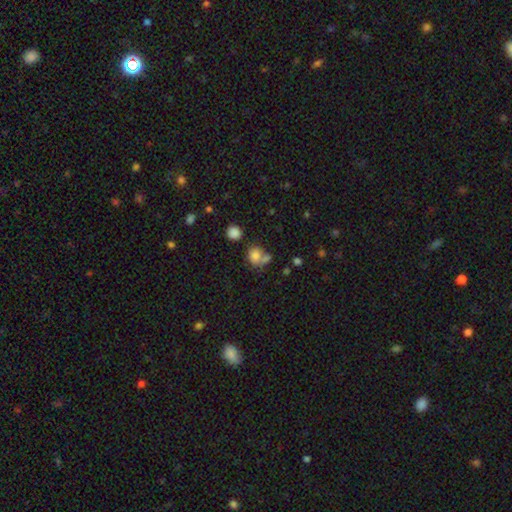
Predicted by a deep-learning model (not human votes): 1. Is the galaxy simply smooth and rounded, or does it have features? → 77% smooth, 12% star or artifact, 11% featured or disk.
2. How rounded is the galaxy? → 69% round, 30% in between, 1% cigar-shaped.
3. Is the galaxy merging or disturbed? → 42% none, 38% merger, 13% minor disturbance, 7% major disturbance.